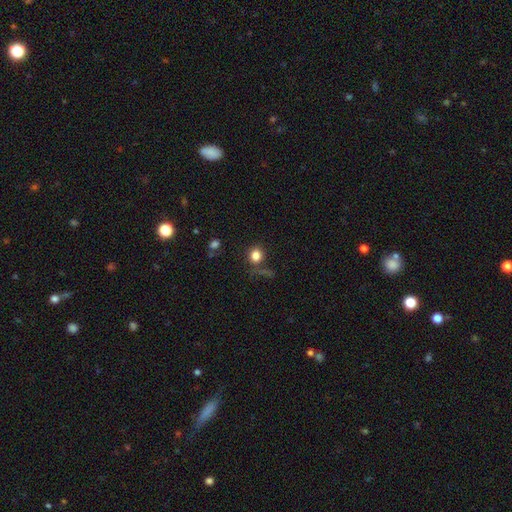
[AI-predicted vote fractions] smooth 81%, star or artifact 13%, featured or disk 6%. Down the decision tree: how rounded — round (80%); merging — none (74%).